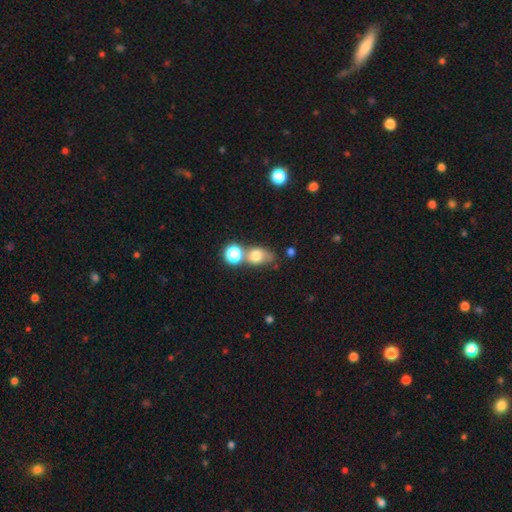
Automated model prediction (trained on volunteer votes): The model was most divided on "merging": none: 40%, merger: 32%, minor disturbance: 18%, major disturbance: 10%. More confident: smooth or featured — smooth (71%); how rounded — in between (60%).